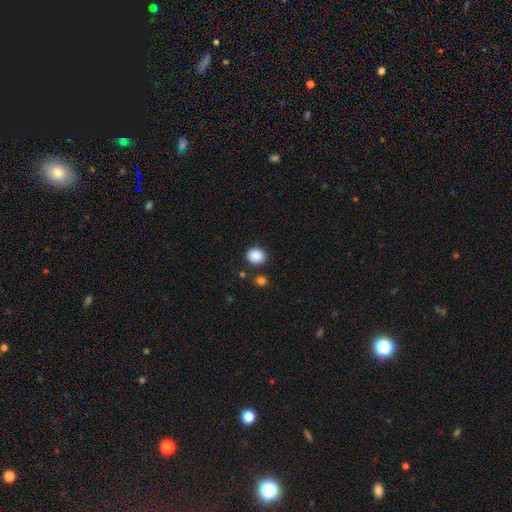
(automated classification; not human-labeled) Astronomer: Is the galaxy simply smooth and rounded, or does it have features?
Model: smooth — 88%.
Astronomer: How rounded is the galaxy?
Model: round — 68%.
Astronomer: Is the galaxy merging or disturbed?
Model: none — 84%.